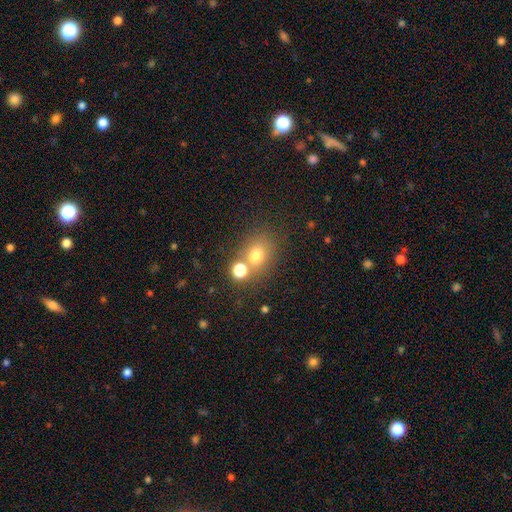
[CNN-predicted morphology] Smooth or featured? Predicted: smooth (p=0.72). How rounded? Predicted: round (p=0.60). Merging? Predicted: none (p=0.62).